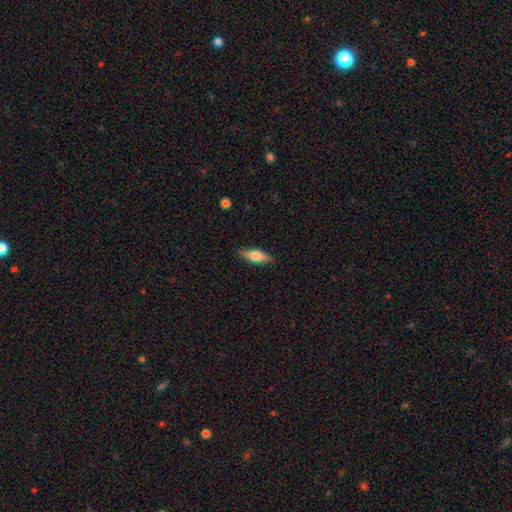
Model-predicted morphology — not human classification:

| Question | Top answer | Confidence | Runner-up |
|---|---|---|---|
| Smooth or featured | smooth | 64% | featured or disk (30%) |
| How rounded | in between | 62% | cigar-shaped (35%) |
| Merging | none | 87% | minor disturbance (10%) |